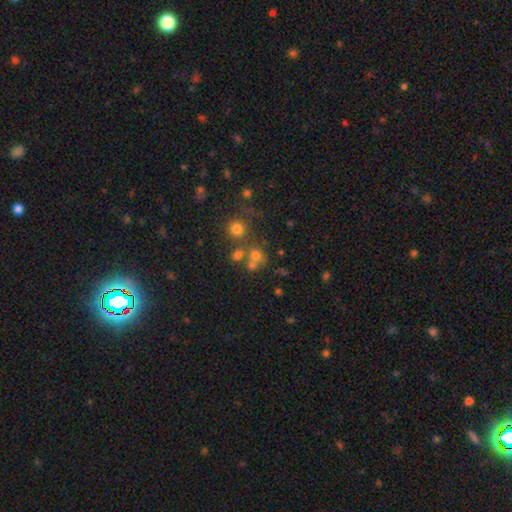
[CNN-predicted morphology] This appears to be a smooth galaxy with no disk features (63%) that is round (77%). Merging: none (48%).